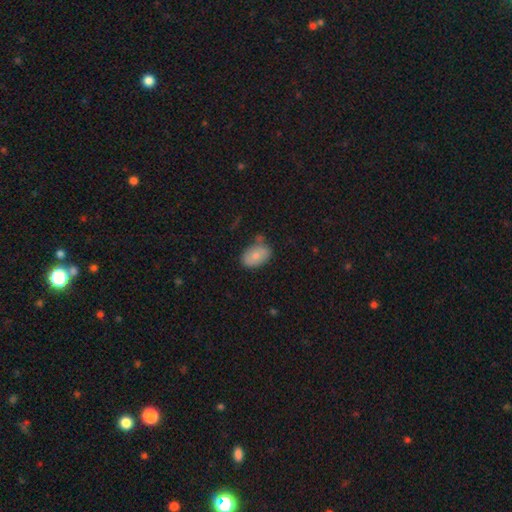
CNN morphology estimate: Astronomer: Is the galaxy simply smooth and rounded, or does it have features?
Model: smooth — 78%.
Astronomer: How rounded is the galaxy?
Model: in between — 89%.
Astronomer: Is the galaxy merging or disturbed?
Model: none — 69%.